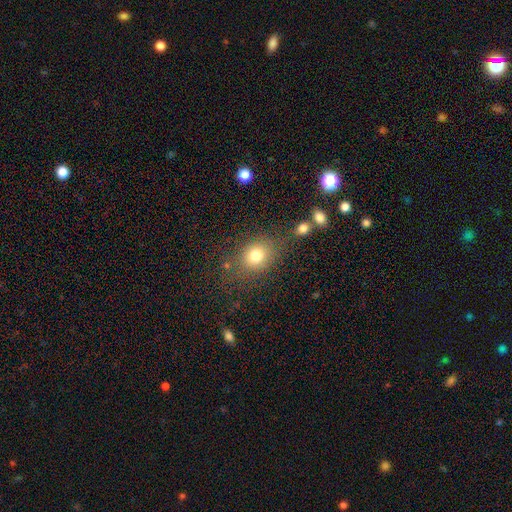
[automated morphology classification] Smooth or featured: smooth — 77% (star or artifact — 13%)
How rounded: round — 54% (in between — 44%)
Merging: none — 70% (minor disturbance — 15%)